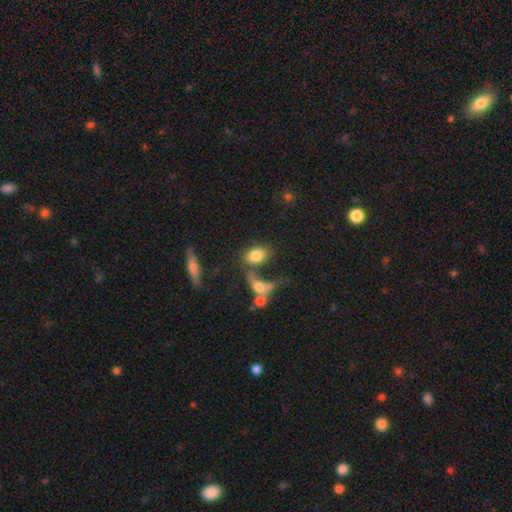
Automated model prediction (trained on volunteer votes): smooth_or_featured: smooth (p=0.78) [alt: featured or disk p=0.13]
how_rounded: in between (p=0.82) [alt: round p=0.15]
merging: none (p=0.44) [alt: merger p=0.31]